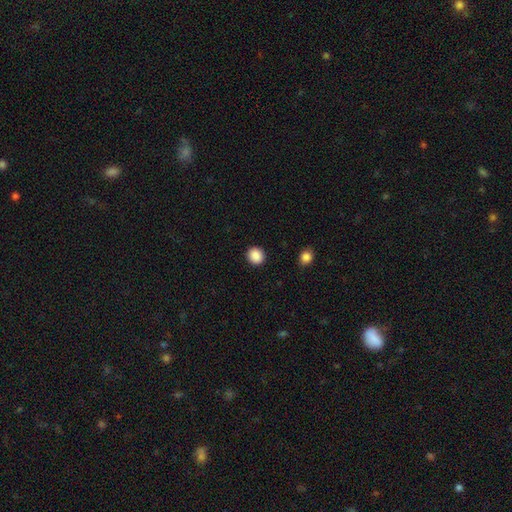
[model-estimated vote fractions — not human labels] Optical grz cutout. It shows a smooth galaxy with no disk features (89%) that is round (86%). Merging: none (92%).